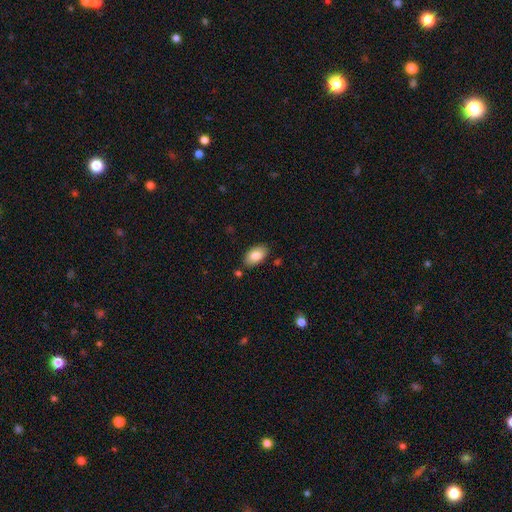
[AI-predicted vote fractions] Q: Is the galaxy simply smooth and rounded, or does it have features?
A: smooth — 84%.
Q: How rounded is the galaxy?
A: in between — 93%.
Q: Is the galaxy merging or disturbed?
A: none — 83%.